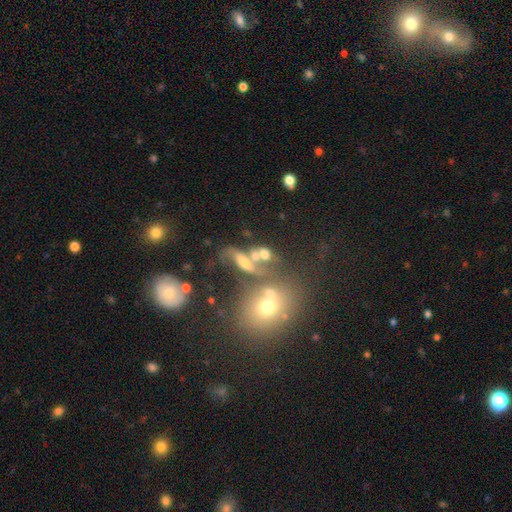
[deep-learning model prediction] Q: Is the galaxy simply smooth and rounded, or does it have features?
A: smooth — 51%.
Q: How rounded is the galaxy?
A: in between — 54%.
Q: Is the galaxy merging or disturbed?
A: merger — 50%.